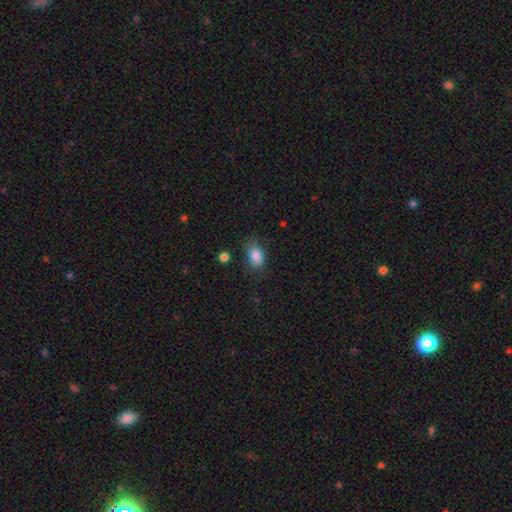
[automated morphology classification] A smooth galaxy with no disk features (86%) that is in between round and cigar-shaped (83%). Merging: none (75%).